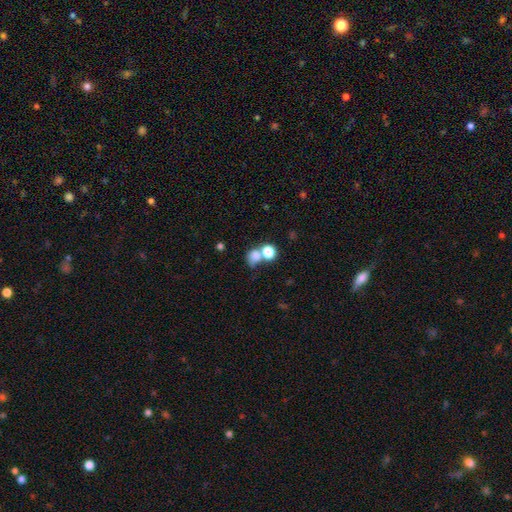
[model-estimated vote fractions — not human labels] A smooth galaxy with no disk features (73%) that is round (60%). Merging: merger (52%).